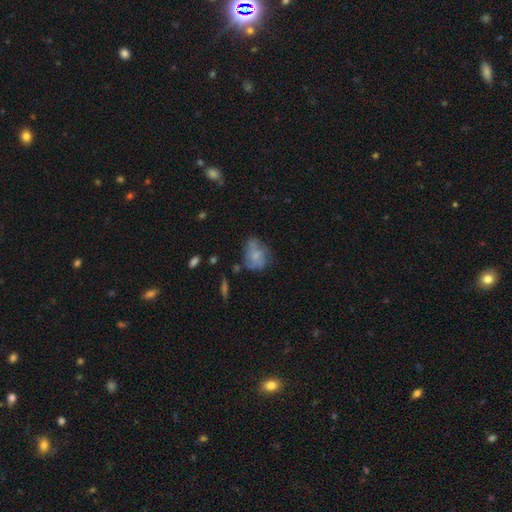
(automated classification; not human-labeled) A smooth galaxy with no disk features (51%) that is in between round and cigar-shaped (60%). Merging: none (47%).